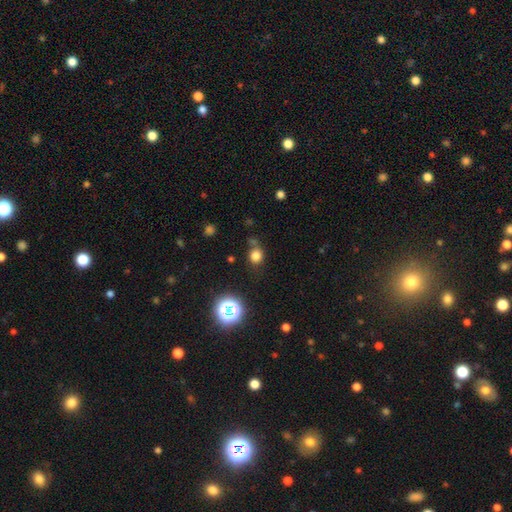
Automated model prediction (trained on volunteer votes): Smooth or featured: smooth — 77% (star or artifact — 17%)
How rounded: round — 79% (in between — 20%)
Merging: none — 71% (minor disturbance — 14%)